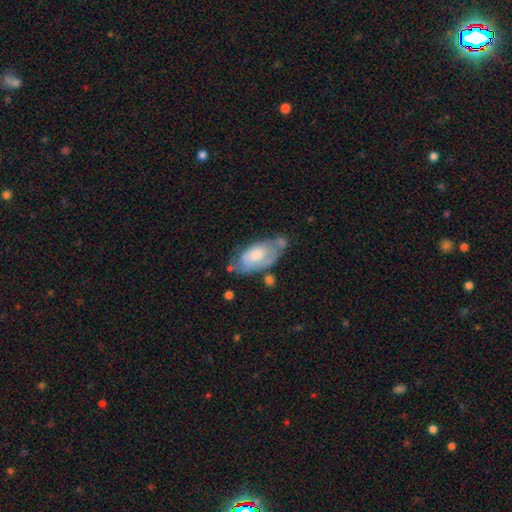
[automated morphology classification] This appears to be a smooth galaxy with no disk features (50%). Merging: none (41%).